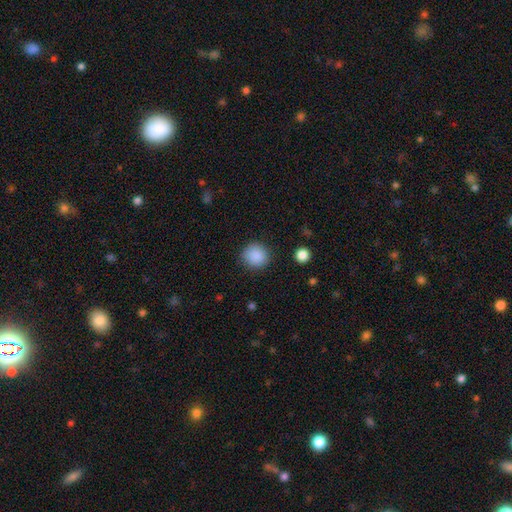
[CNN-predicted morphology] Overall: smooth (89%). How rounded: round (90%). Merging: none (88%).